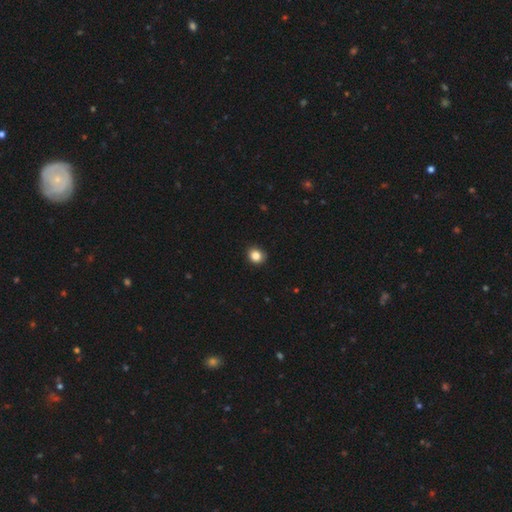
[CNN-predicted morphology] The model was most divided on "how rounded": round: 76%, in between: 23%, cigar-shaped: 1%. More confident: merging — none (86%); smooth or featured — smooth (86%).